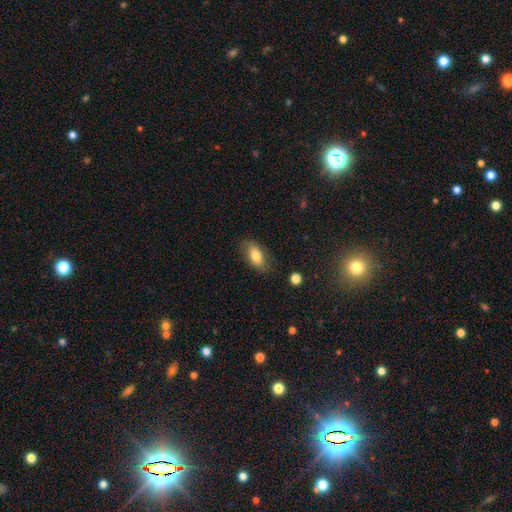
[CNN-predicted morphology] type=smooth (75%); roundness=in between (90%); merging=none (78%).